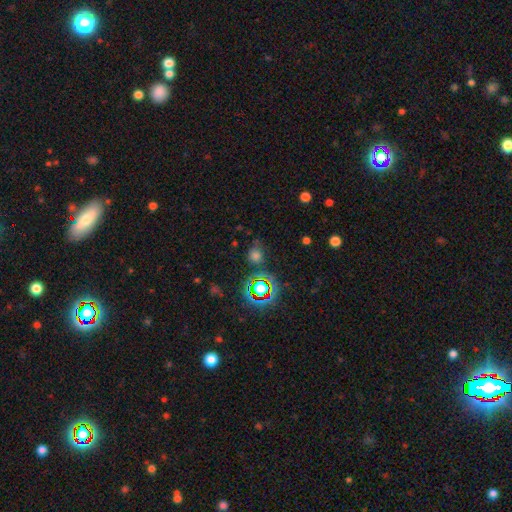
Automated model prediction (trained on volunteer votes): Overall: smooth (58%; star or artifact 34%). How rounded: round (82%). Merging: none (72%).